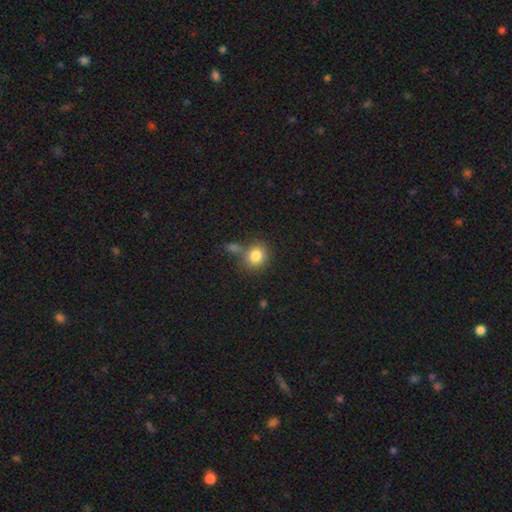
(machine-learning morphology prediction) smooth-or-featured: smooth: 84% | star or artifact: 10% | featured or disk: 7%
  how-rounded: round: 79% | in between: 20% | cigar-shaped: 1%
  merging: none: 60% | merger: 21% | minor disturbance: 13% | major disturbance: 5%